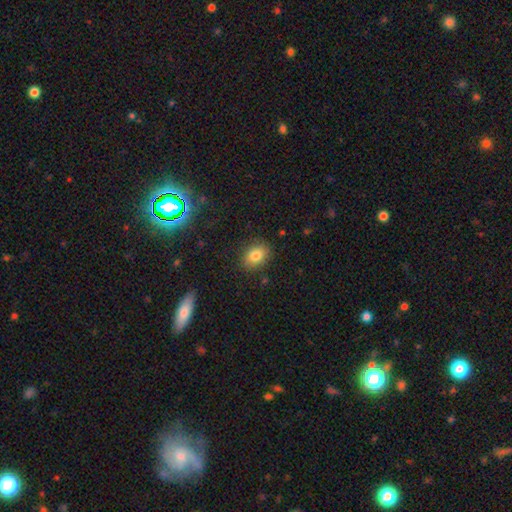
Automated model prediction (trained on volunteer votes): Overall: smooth (82%). How rounded: in between (71%). Merging: none (85%).